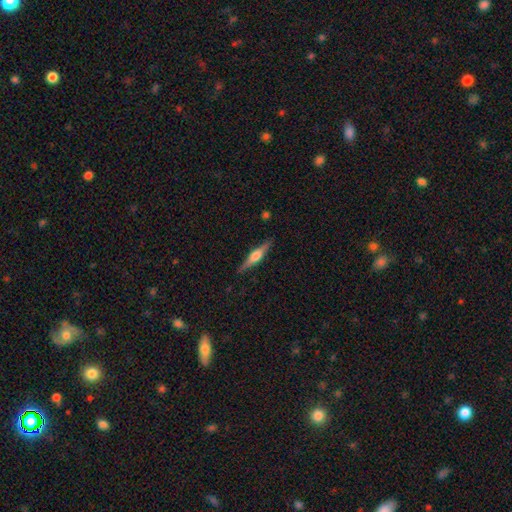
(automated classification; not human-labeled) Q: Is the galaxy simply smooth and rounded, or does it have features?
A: featured or disk — 69%.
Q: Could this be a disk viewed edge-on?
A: yes — 97%.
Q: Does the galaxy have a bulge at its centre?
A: rounded — 86%.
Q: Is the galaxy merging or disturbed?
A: none — 88%.